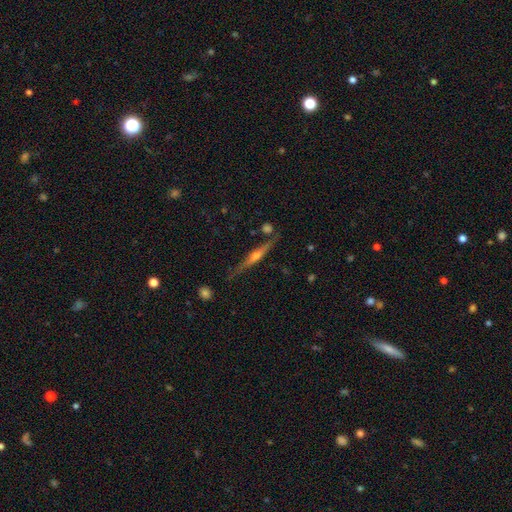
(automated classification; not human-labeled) Q: Smooth or featured?
A: featured or disk (74%); runner-up: smooth (19%)
Q: Edge-on disk?
A: yes (97%); runner-up: no (3%)
Q: Edge-on bulge?
A: rounded (90%); runner-up: none (5%)
Q: Merging?
A: none (79%); runner-up: minor disturbance (14%)